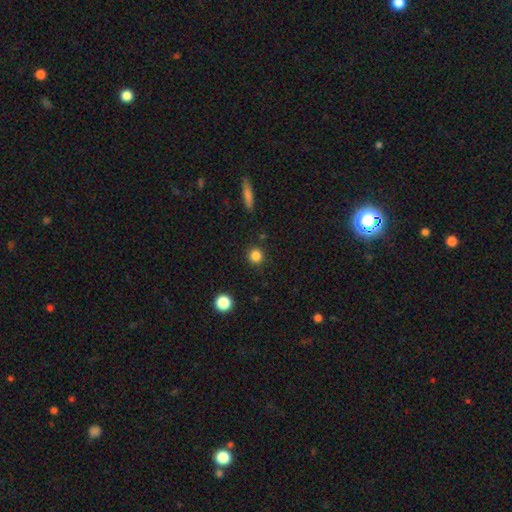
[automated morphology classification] type=smooth (84%); roundness=round (94%); merging=none (89%).